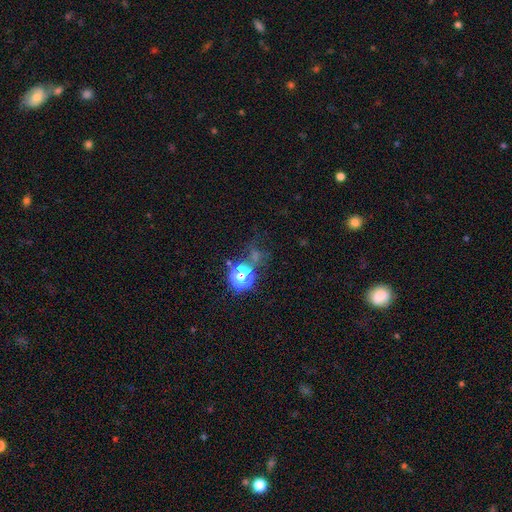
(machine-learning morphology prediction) Overall: star or artifact (65%).